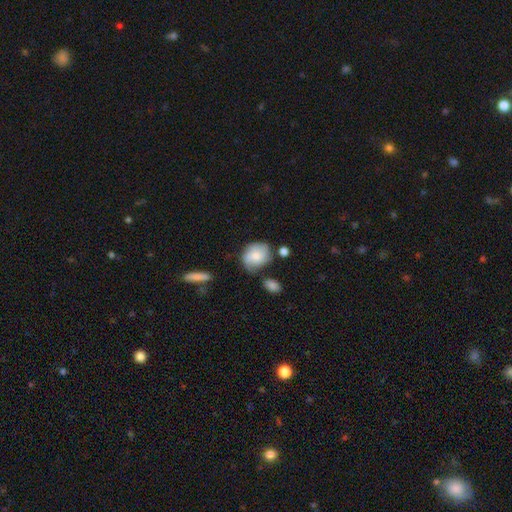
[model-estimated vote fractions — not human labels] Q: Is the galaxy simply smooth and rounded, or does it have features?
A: smooth — 57%.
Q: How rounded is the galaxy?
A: round — 55%.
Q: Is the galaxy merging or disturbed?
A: none — 53%.